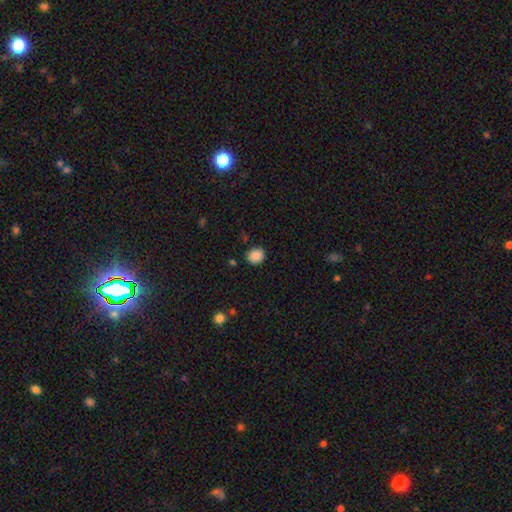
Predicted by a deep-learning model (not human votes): Smooth or featured: smooth — 88% (star or artifact — 9%)
How rounded: round — 73% (in between — 26%)
Merging: none — 88% (minor disturbance — 8%)